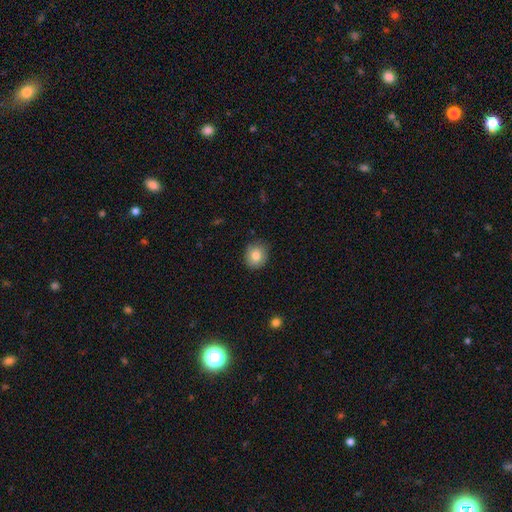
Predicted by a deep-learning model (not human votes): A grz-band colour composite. It shows a smooth galaxy with no disk features (83%) that is round (78%). Merging: none (85%).